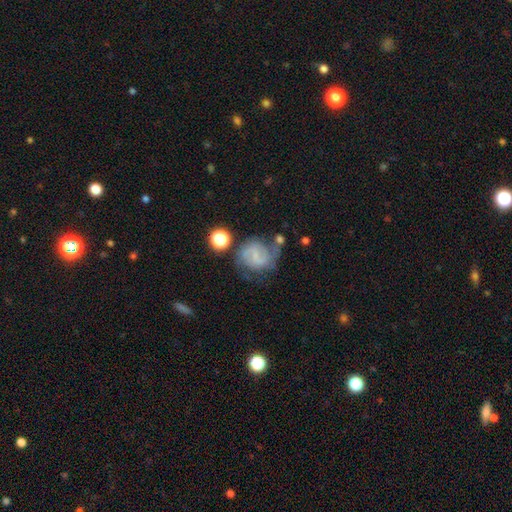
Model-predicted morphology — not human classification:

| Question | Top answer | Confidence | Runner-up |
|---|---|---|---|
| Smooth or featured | featured or disk | 63% | smooth (26%) |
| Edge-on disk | no | 97% | yes (3%) |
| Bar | weak | 50% | no (30%) |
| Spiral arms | yes | 88% | no (12%) |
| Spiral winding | medium | 45% | tight (34%) |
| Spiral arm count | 2 | 73% | can't tell (15%) |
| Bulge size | small | 49% | none (37%) |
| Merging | none | 54% | minor disturbance (21%) |